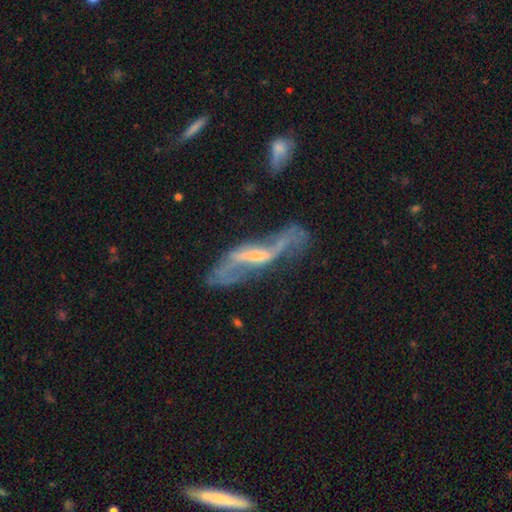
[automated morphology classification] Smooth or featured? featured or disk (79%)
Edge-on disk? no (79%)
Bar? strong (45%)
Spiral arms? yes (79%)
Bulge size? small (43%)
Merging? none (40%)